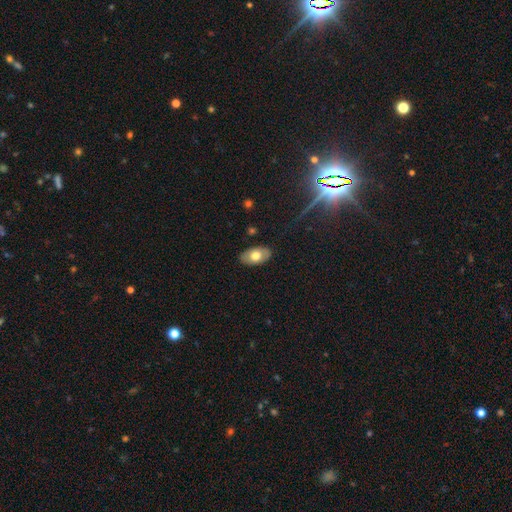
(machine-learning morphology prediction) smooth-or-featured: smooth: 67% | featured or disk: 26% | star or artifact: 7%
  how-rounded: in between: 94% | round: 5% | cigar-shaped: 2%
  merging: none: 86% | minor disturbance: 11% | major disturbance: 2% | merger: 1%